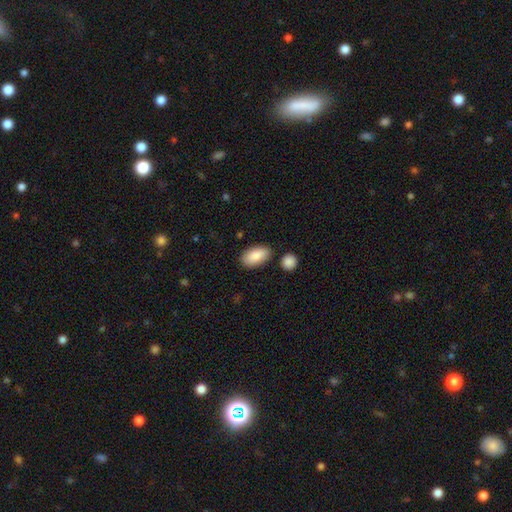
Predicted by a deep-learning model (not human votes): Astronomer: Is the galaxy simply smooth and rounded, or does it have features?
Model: smooth — 89%.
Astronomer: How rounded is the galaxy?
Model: in between — 93%.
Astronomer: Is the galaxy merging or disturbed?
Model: none — 80%.